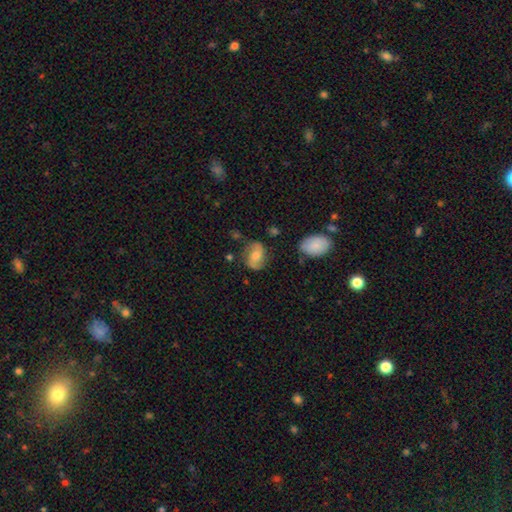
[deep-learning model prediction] This appears to be a featured or disk galaxy (51%). Merging: none (71%).